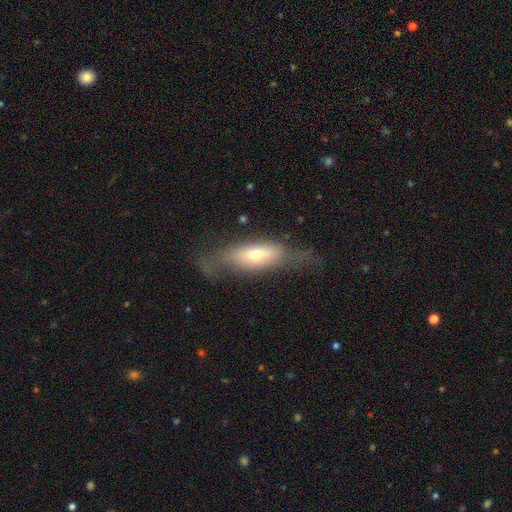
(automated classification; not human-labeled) Smooth or featured? Predicted: featured or disk (p=0.51). Edge-on disk? Predicted: no (p=0.55). Merging? Predicted: none (p=0.50).